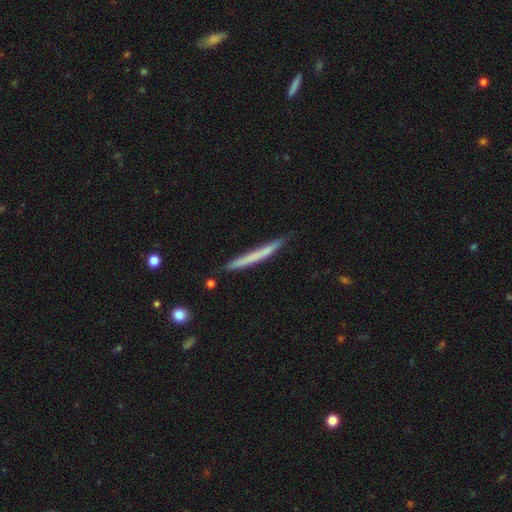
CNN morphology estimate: This is possibly a smooth galaxy (59%). How rounded: clearly cigar-shaped (97%). Merging: clearly none (82%).